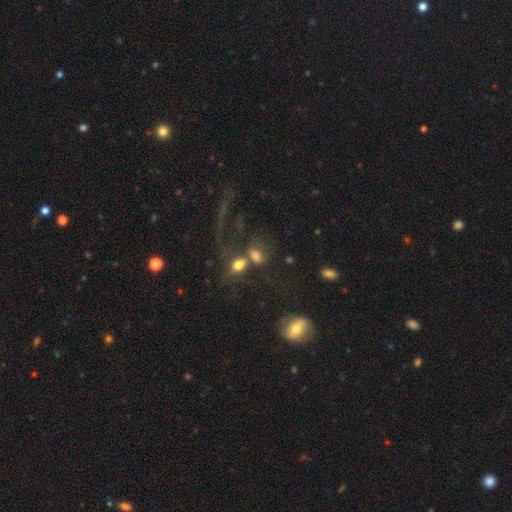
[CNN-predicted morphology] This is likely a smooth galaxy (65%). How rounded: likely in between (68%). Merging: possibly merger (50%).